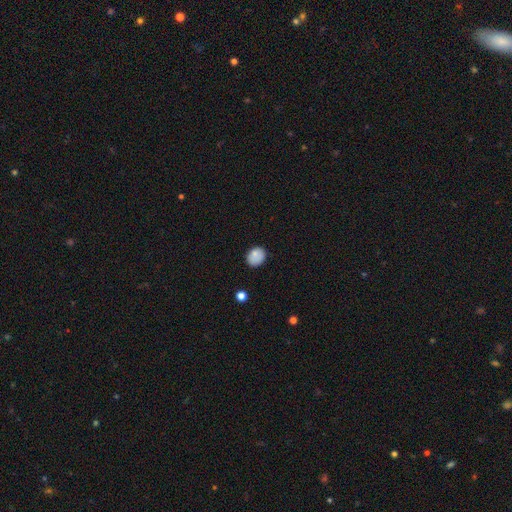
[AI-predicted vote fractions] A smooth galaxy with no disk features (82%) that is round (57%). Merging: none (76%).